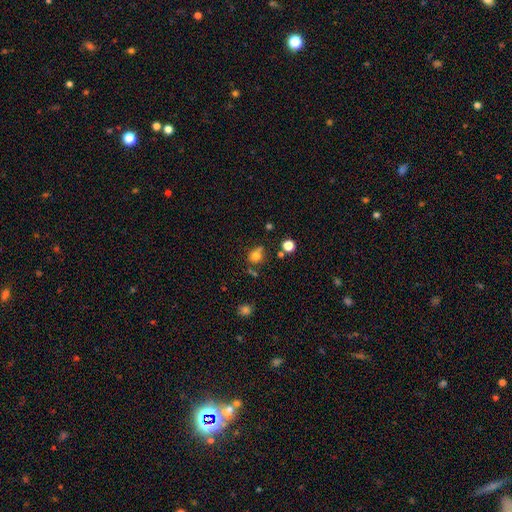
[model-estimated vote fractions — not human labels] This appears to be a smooth galaxy with no disk features (75%) that is round (76%). Merging: none (59%).